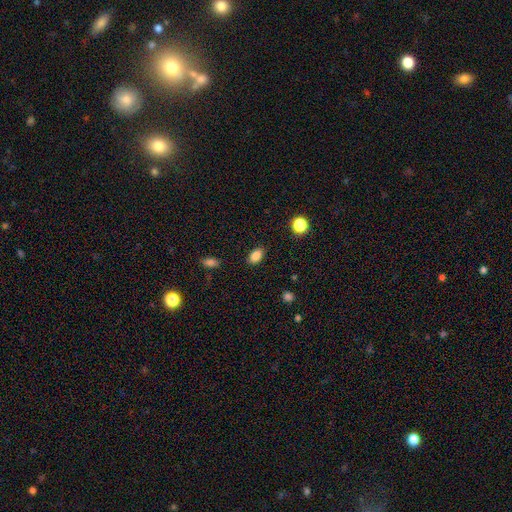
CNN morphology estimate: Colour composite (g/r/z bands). It shows a smooth galaxy with no disk features (86%) that is in between round and cigar-shaped (86%). Merging: none (87%).